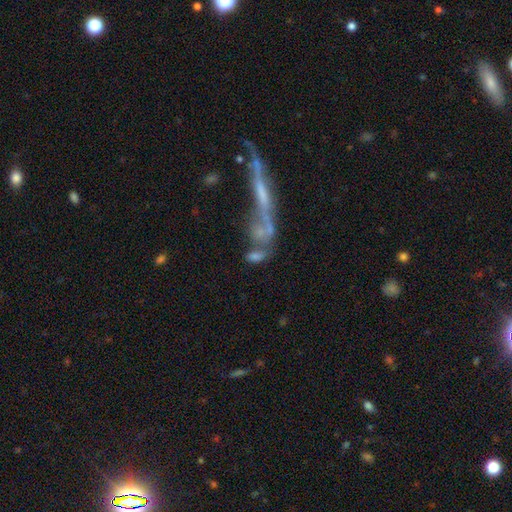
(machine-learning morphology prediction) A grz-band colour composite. It shows a smooth galaxy with no disk features (48%). Merging: merger (48%).